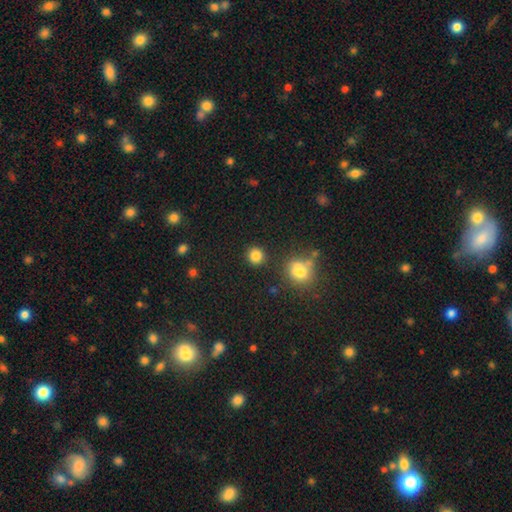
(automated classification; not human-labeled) Smooth or featured? Predicted: smooth (p=0.84). How rounded? Predicted: round (p=0.90). Merging? Predicted: none (p=0.87).